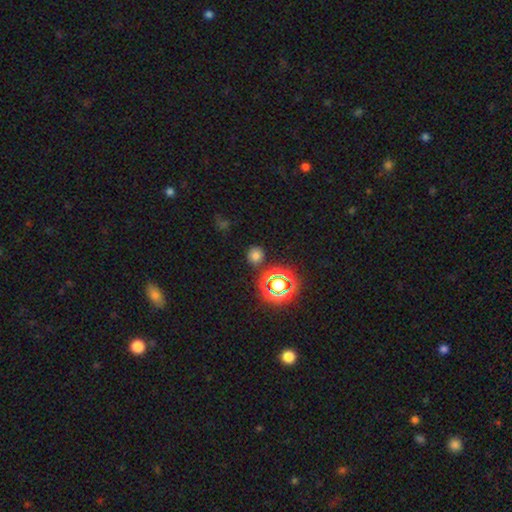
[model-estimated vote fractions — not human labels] This appears to be a smooth galaxy with no disk features (69%) that is round (88%). Merging: none (84%).